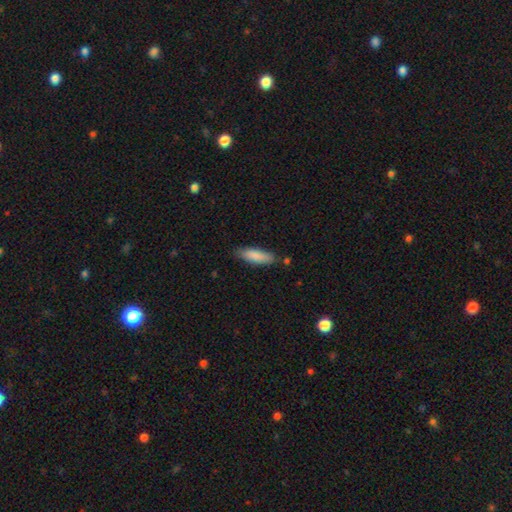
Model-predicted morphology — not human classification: This is clearly a smooth galaxy (86%). How rounded: possibly in between (51%). Merging: likely none (78%).